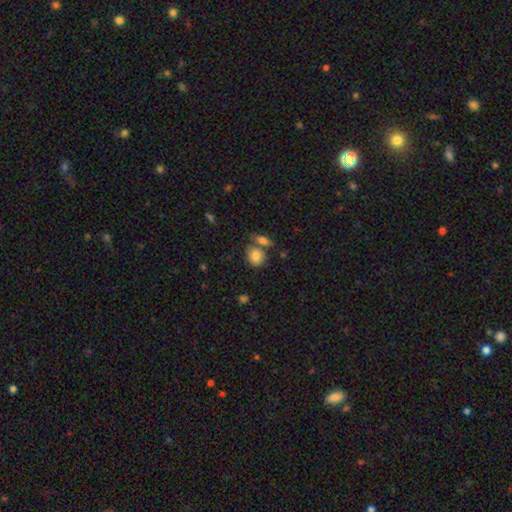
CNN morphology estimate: smooth 82%, featured or disk 9%, star or artifact 9%. Down the decision tree: how rounded — round (56%); merging — none (56%).